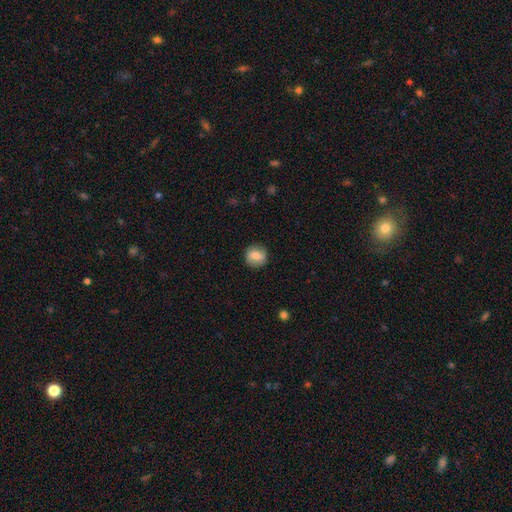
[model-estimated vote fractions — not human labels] smooth 71%, featured or disk 21%, star or artifact 8%. Down the decision tree: how rounded — round (86%); merging — none (87%).